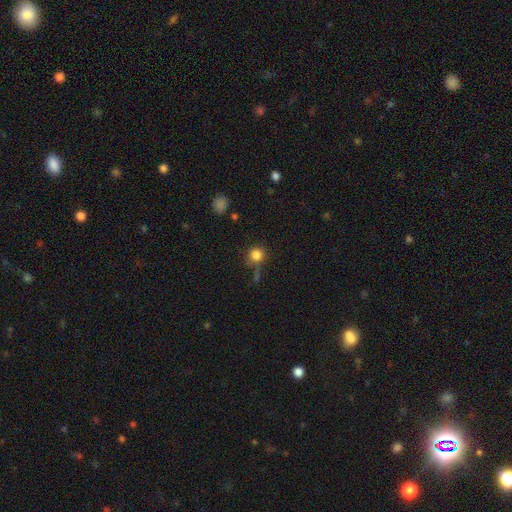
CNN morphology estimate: type=smooth (82%); roundness=round (91%); merging=none (67%).